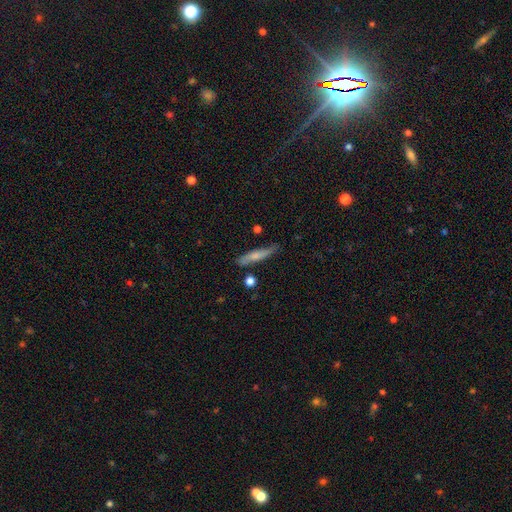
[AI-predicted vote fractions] smooth_or_featured: smooth (p=0.60) [alt: featured or disk p=0.34]
how_rounded: cigar-shaped (p=0.87) [alt: in between p=0.11]
merging: none (p=0.76) [alt: minor disturbance p=0.17]